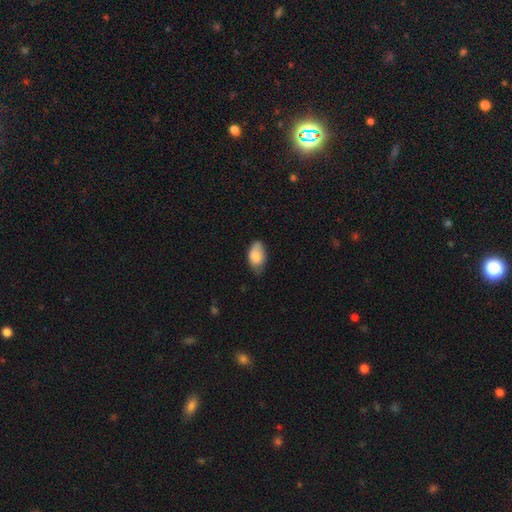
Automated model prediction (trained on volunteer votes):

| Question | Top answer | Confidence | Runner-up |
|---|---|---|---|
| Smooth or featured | smooth | 83% | featured or disk (10%) |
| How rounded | in between | 93% | round (5%) |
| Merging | none | 54% | minor disturbance (37%) |